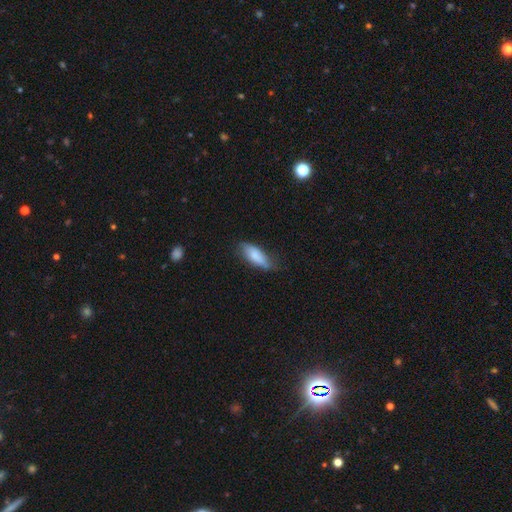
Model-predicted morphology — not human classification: A smooth galaxy with no disk features (81%) that is in between round and cigar-shaped (72%).

Vote fractions:
- Smooth or featured? smooth: 81% / featured or disk: 13% / star or artifact: 6%
- How rounded? in between: 72% / cigar-shaped: 26% / round: 2%
- Merging? none: 58% / minor disturbance: 33% / major disturbance: 8% / merger: 2%